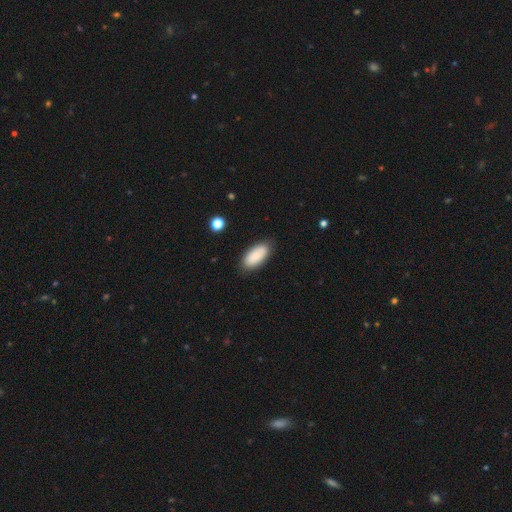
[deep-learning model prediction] Smooth or featured? smooth (88%)
How rounded? in between (91%)
Merging? none (85%)